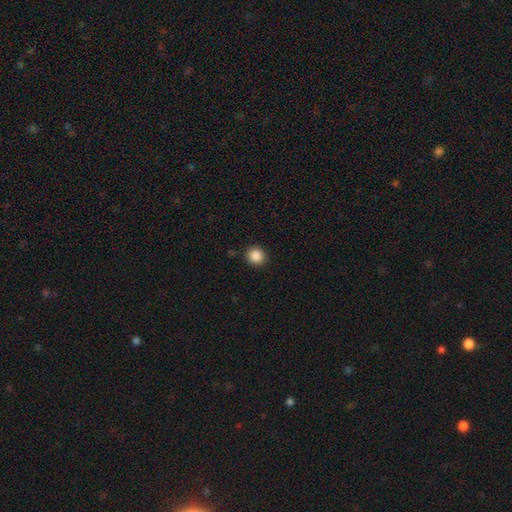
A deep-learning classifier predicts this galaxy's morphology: smooth-or-featured: smooth: 87% | star or artifact: 10% | featured or disk: 3%
  how-rounded: round: 91% | in between: 8% | cigar-shaped: 1%
  merging: none: 91% | minor disturbance: 6% | major disturbance: 2% | merger: 1%